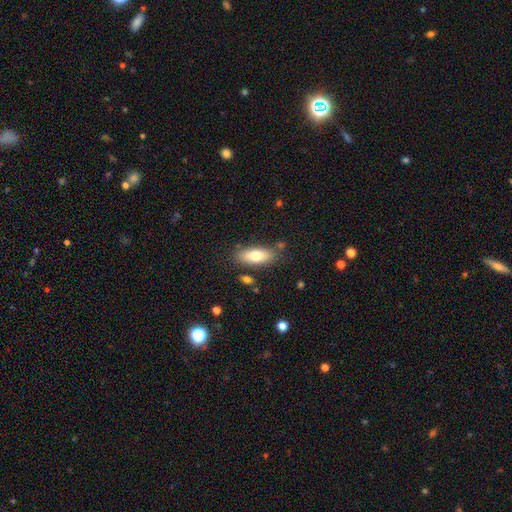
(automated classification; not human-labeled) Smooth or featured? smooth (74%)
How rounded? in between (76%)
Merging? none (79%)